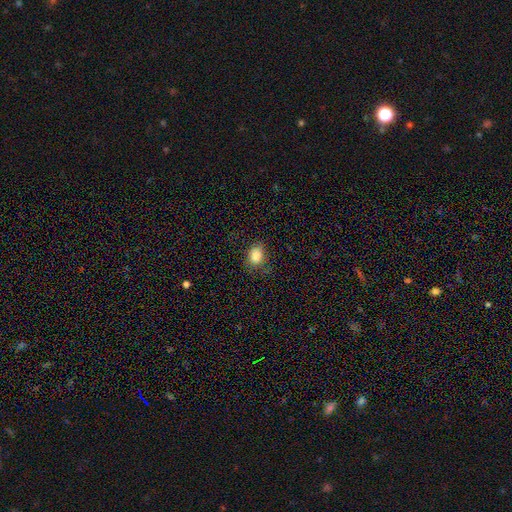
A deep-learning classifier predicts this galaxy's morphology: Overall: smooth (85%). How rounded: in between (65%; round 34%). Merging: none (73%).